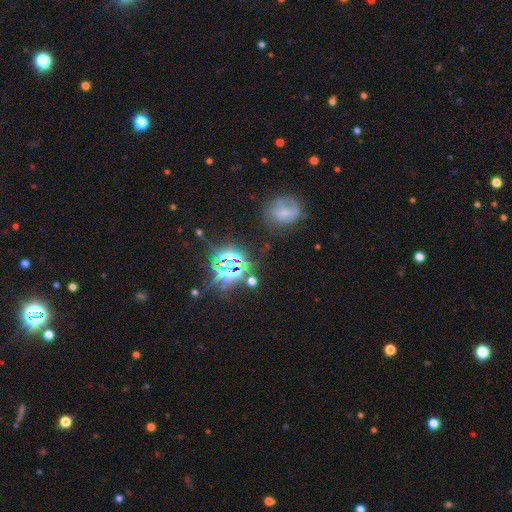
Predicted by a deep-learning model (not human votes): Smooth or featured?
  - star or artifact: 70% *
  - smooth: 21%
  - featured or disk: 8%